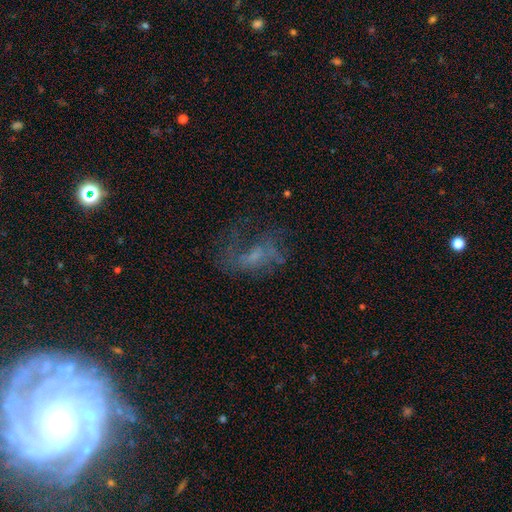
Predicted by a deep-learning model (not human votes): Morphology: type=featured or disk (55%); edge-on=no (96%); bar=no (65%); spiral arms=no (51%); bulge=small (44%); merging=major disturbance (41%).